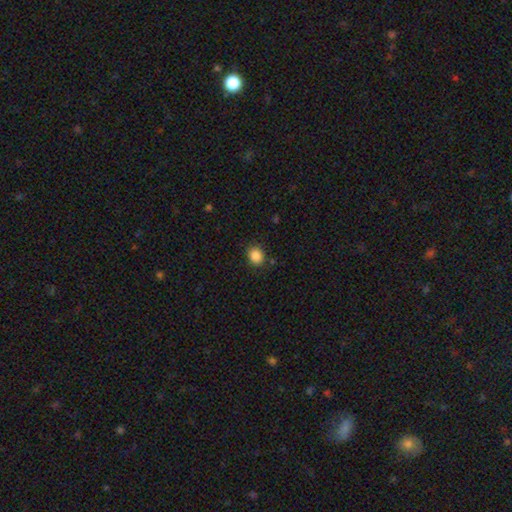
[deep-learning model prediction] The model was most divided on "how rounded": round: 69%, in between: 30%, cigar-shaped: 1%. More confident: smooth or featured — smooth (87%); merging — none (84%).